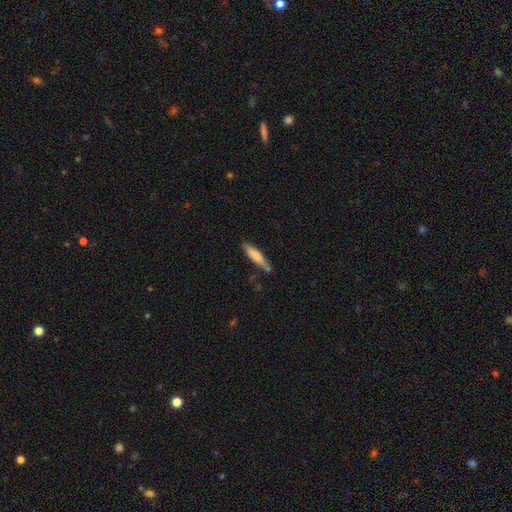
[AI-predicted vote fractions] Morphology: type=smooth (74%); roundness=cigar-shaped (84%); merging=none (72%).